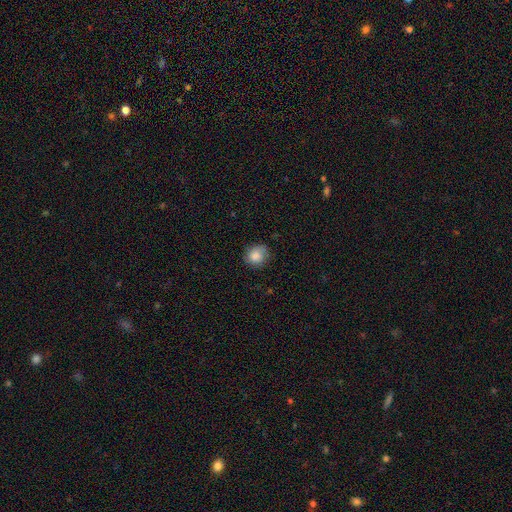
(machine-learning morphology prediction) smooth-or-featured: smooth: 82% | featured or disk: 10% | star or artifact: 8%
  how-rounded: round: 79% | in between: 20% | cigar-shaped: 1%
  merging: none: 68% | minor disturbance: 24% | major disturbance: 6% | merger: 1%